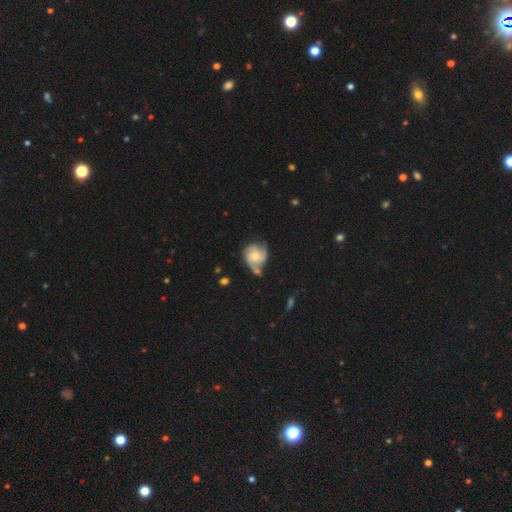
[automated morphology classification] This appears to be a featured or disk galaxy (72%) with no bar (68%), 2 (38%) medium (43%) spiral arms (93%) and a moderate central bulge (50%). Merging: none (46%).